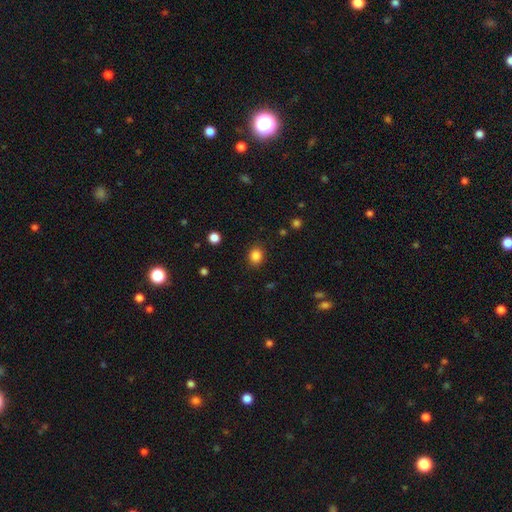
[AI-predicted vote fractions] This is clearly a smooth galaxy (85%). How rounded: likely round (66%). Merging: clearly none (87%).